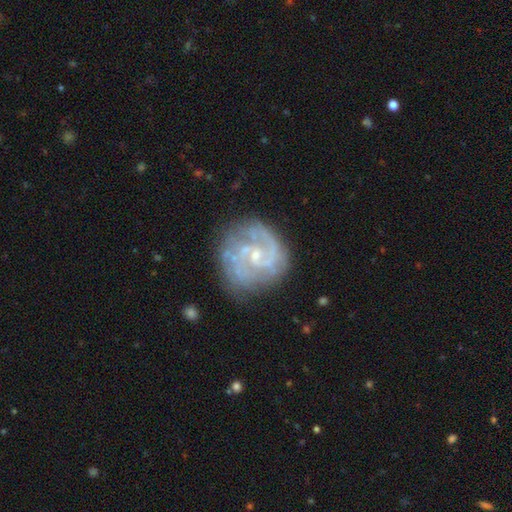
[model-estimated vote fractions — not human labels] featured or disk 86%, smooth 8%, star or artifact 6%. Down the decision tree: edge-on disk — no (98%); bar — no (56%); spiral arms — yes (94%); spiral arm count — 2 (54%); spiral winding — tight (46%); bulge size — small (77%); merging — none (71%).